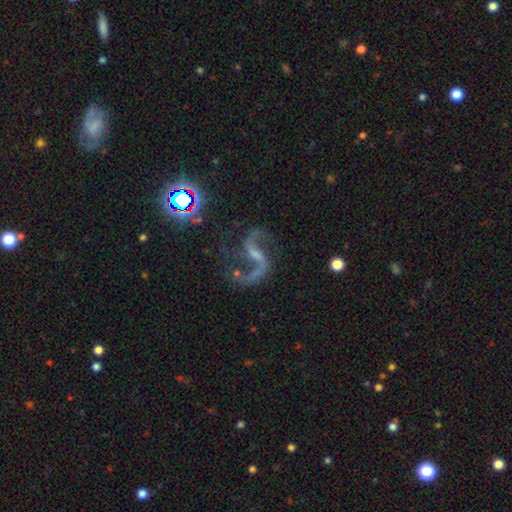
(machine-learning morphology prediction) smooth_or_featured: featured or disk (p=0.88) [alt: star or artifact p=0.08]
disk_edge_on: no (p=0.98) [alt: yes p=0.02]
bar: weak (p=0.43) [alt: strong p=0.35]
has_spiral_arms: yes (p=0.97) [alt: no p=0.03]
spiral_winding: loose (p=0.77) [alt: medium p=0.19]
spiral_arm_count: 2 (p=0.93) [alt: 1 p=0.03]
bulge_size: small (p=0.53) [alt: none p=0.29]
merging: none (p=0.68) [alt: minor disturbance p=0.14]